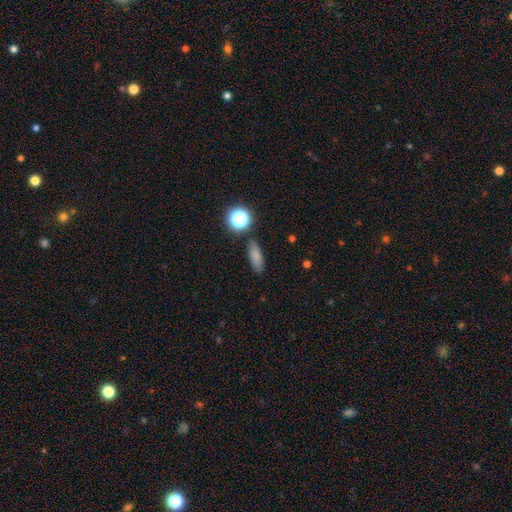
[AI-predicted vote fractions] smooth-or-featured: smooth: 78% | star or artifact: 13% | featured or disk: 9%
  how-rounded: in between: 58% | cigar-shaped: 33% | round: 10%
  merging: none: 84% | minor disturbance: 10% | merger: 3% | major disturbance: 3%